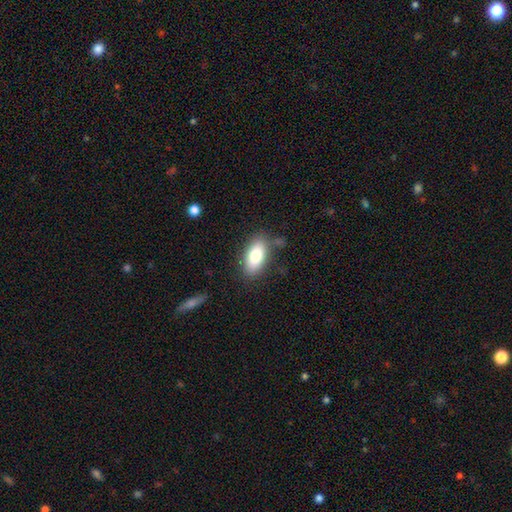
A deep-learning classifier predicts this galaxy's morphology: Q: Smooth or featured?
A: smooth (81%); runner-up: featured or disk (12%)
Q: How rounded?
A: in between (89%); runner-up: cigar-shaped (8%)
Q: Merging?
A: none (79%); runner-up: minor disturbance (14%)